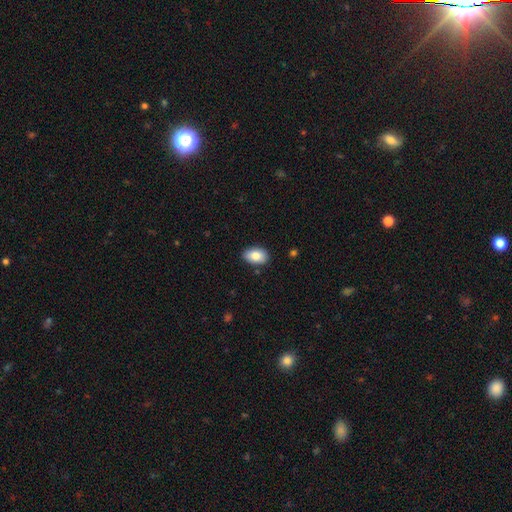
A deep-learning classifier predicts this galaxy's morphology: Smooth or featured: smooth — 84% (featured or disk — 9%)
How rounded: in between — 90% (round — 8%)
Merging: none — 84% (minor disturbance — 12%)